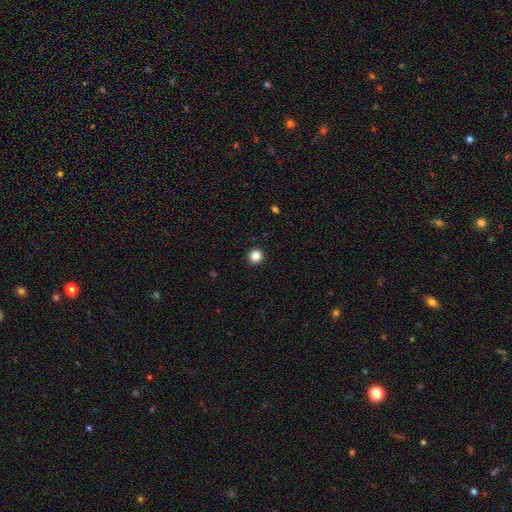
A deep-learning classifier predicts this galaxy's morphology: Smooth or featured?
  - smooth: 85% *
  - star or artifact: 11%
  - featured or disk: 4%
How rounded?
  - round: 95% *
  - in between: 4%
  - cigar-shaped: 1%
Merging?
  - none: 94% *
  - minor disturbance: 4%
  - major disturbance: 1%
  - merger: 1%